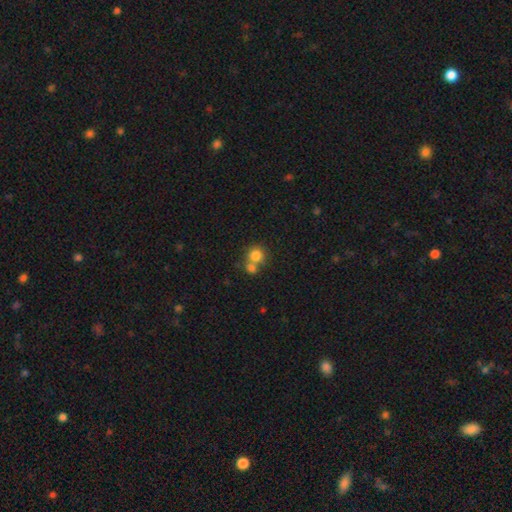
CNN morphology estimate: Smooth or featured? smooth (80%)
How rounded? round (87%)
Merging? none (47%)